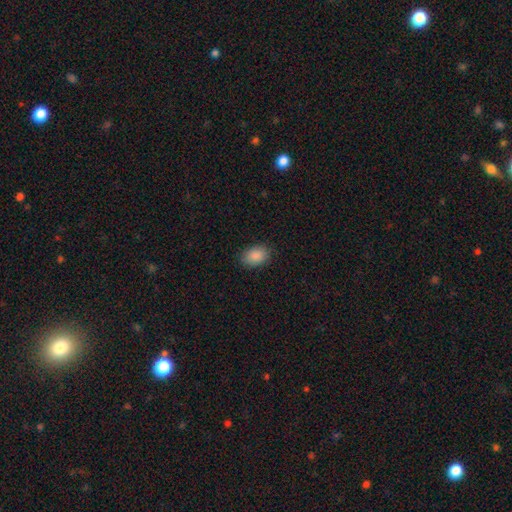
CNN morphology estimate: smooth-or-featured: smooth: 89% | star or artifact: 7% | featured or disk: 4%
  how-rounded: in between: 87% | round: 12% | cigar-shaped: 1%
  merging: none: 87% | minor disturbance: 10% | major disturbance: 2% | merger: 1%